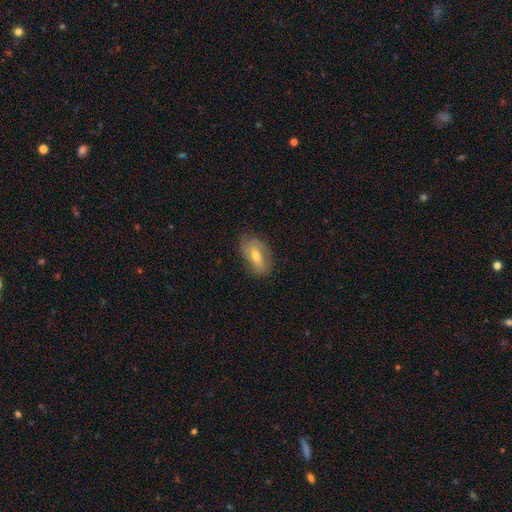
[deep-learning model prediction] This appears to be a featured or disk galaxy (49%). Merging: none (74%).